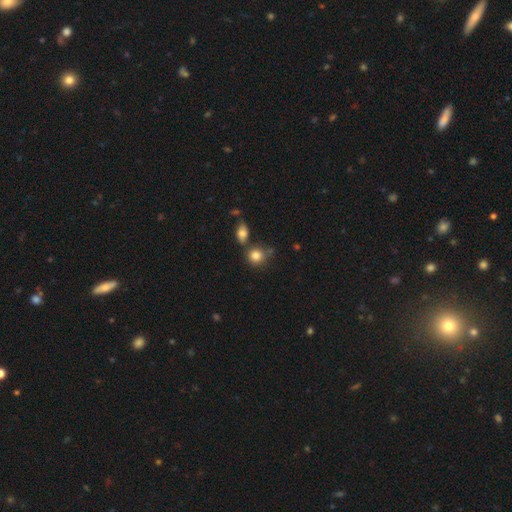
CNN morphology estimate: This is clearly a smooth galaxy (82%). How rounded: clearly round (81%). Merging: likely none (61%).